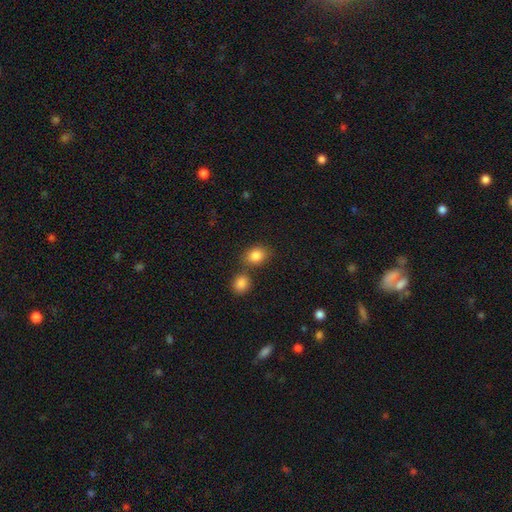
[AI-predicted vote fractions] smooth_or_featured: smooth (p=0.84) [alt: star or artifact p=0.10]
how_rounded: in between (p=0.51) [alt: round p=0.48]
merging: none (p=0.65) [alt: merger p=0.21]